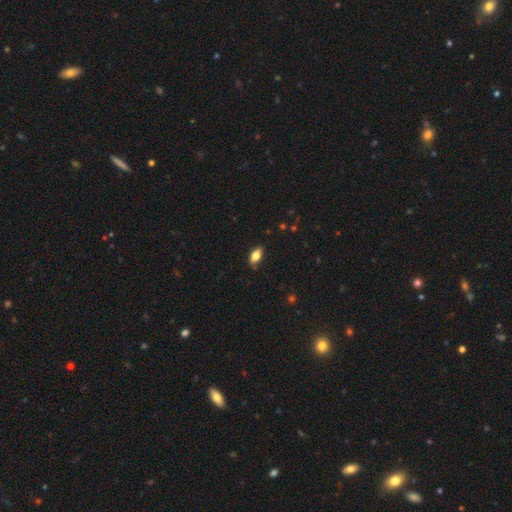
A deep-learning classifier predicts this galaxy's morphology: Q: Smooth or featured?
A: smooth (75%); runner-up: featured or disk (18%)
Q: How rounded?
A: in between (87%); runner-up: cigar-shaped (8%)
Q: Merging?
A: none (83%); runner-up: minor disturbance (14%)